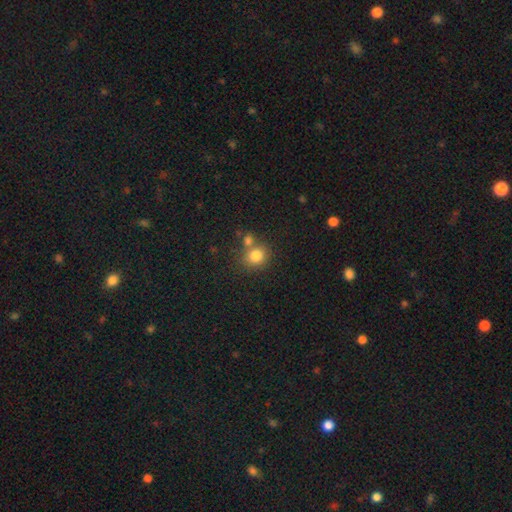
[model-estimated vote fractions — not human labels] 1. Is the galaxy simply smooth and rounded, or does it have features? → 81% smooth, 12% star or artifact, 7% featured or disk.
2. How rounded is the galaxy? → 79% round, 20% in between, 1% cigar-shaped.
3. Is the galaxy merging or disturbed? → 60% none, 26% merger, 11% minor disturbance, 4% major disturbance.